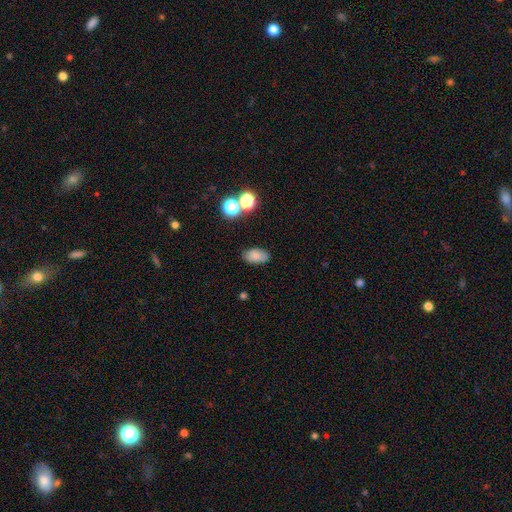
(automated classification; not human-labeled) smooth-or-featured: smooth: 80% | star or artifact: 11% | featured or disk: 9%
  how-rounded: in between: 91% | round: 6% | cigar-shaped: 2%
  merging: none: 80% | minor disturbance: 13% | major disturbance: 4% | merger: 3%